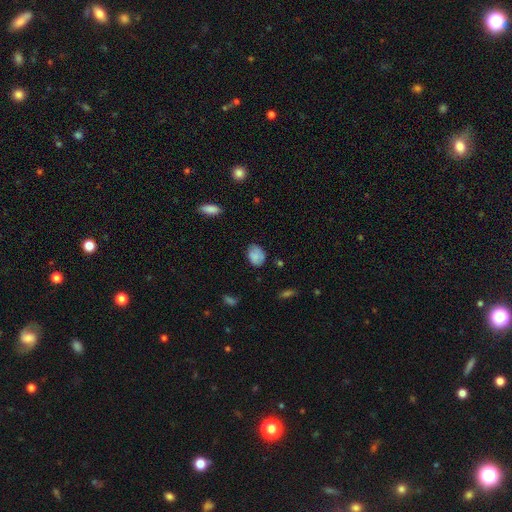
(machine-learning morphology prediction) Smooth or featured: smooth — 80% (featured or disk — 12%)
How rounded: in between — 75% (round — 23%)
Merging: none — 66% (minor disturbance — 26%)